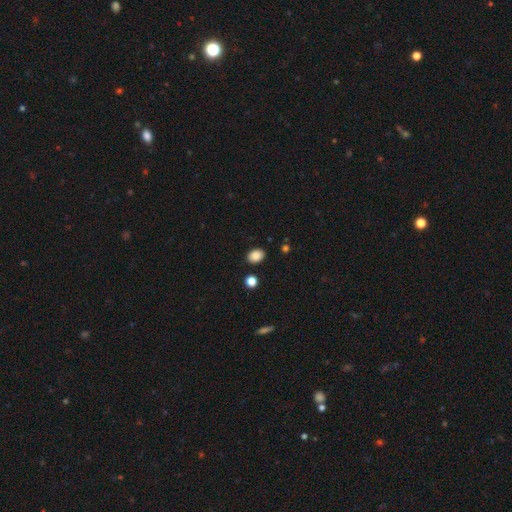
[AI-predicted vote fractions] Morphology: type=smooth (86%); roundness=in between (73%); merging=none (86%).